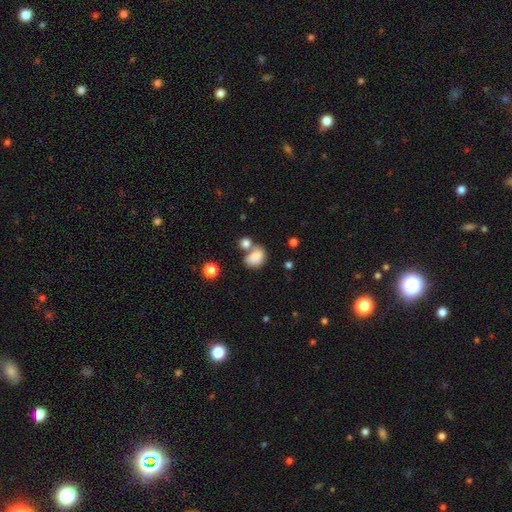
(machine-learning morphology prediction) This is likely a smooth galaxy (78%). How rounded: likely in between (61%). Merging: marginally merger (40%).